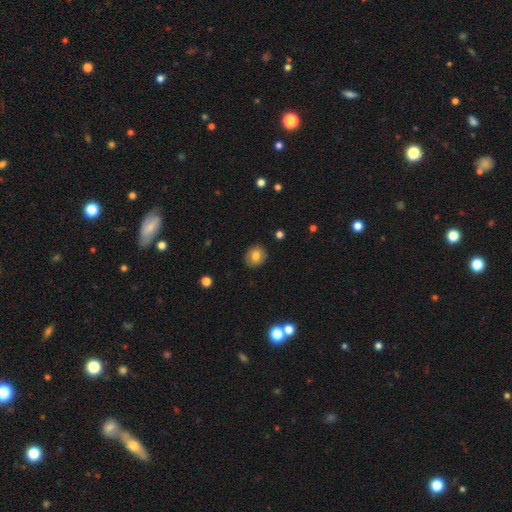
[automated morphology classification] The model was most divided on "how rounded": round: 75%, in between: 24%, cigar-shaped: 1%. More confident: merging — none (87%); smooth or featured — smooth (77%).